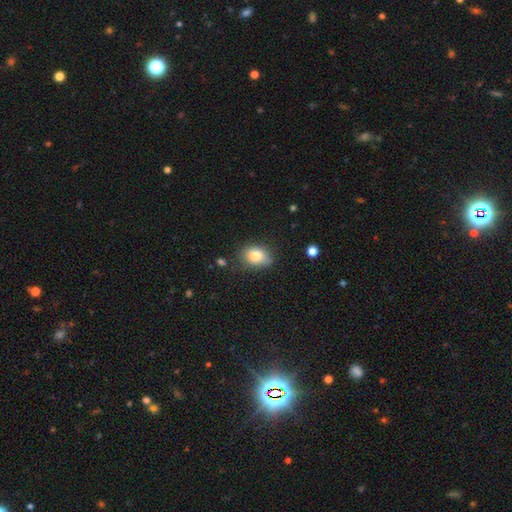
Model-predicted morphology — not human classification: This is clearly a smooth galaxy (81%). How rounded: likely in between (65%). Merging: likely none (73%).